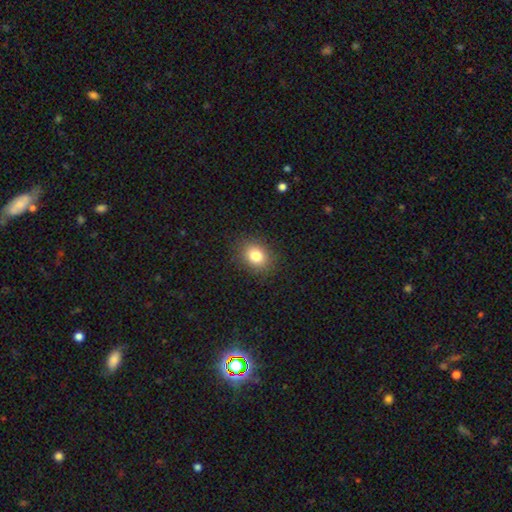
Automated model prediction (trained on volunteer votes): Q: Smooth or featured?
A: smooth (81%); runner-up: star or artifact (11%)
Q: How rounded?
A: in between (50%); runner-up: round (49%)
Q: Merging?
A: none (88%); runner-up: minor disturbance (8%)